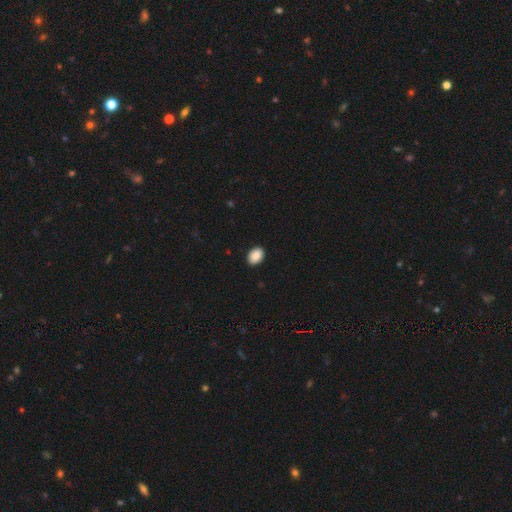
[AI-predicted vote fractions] Smooth or featured? Predicted: smooth (p=0.90). How rounded? Predicted: in between (p=0.80). Merging? Predicted: none (p=0.90).